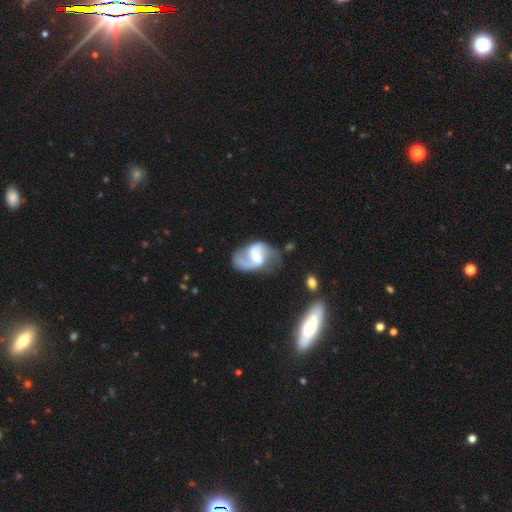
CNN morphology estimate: type=featured or disk (83%); edge-on=no (98%); bar=weak (50%); spiral arms=yes (94%); winding=loose (47%); arm count=2 (85%); bulge=moderate (43%); merging=none (61%).